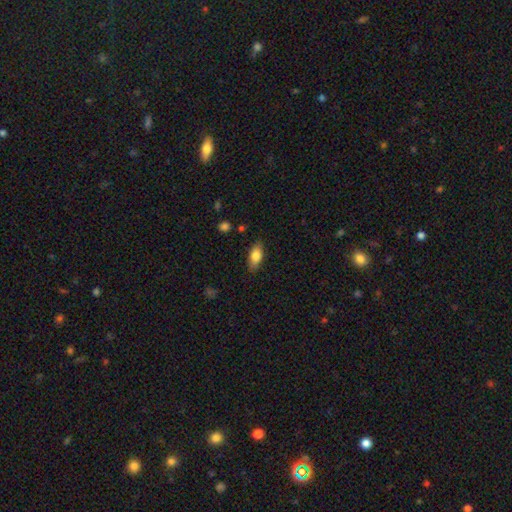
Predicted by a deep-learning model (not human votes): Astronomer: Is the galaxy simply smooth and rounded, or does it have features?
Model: smooth — 78%.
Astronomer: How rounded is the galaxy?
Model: in between — 84%.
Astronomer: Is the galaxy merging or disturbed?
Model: none — 85%.